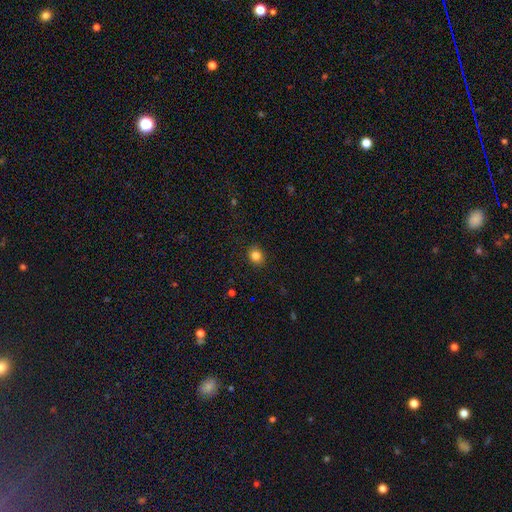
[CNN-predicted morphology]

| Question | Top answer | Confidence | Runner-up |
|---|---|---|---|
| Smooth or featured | smooth | 83% | star or artifact (12%) |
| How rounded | round | 74% | in between (25%) |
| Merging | none | 89% | minor disturbance (7%) |